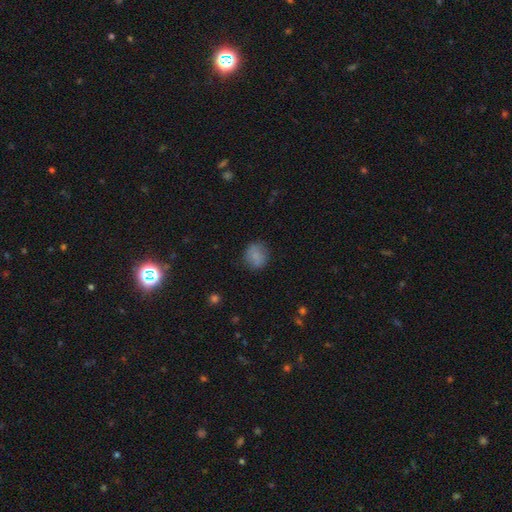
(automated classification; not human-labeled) smooth 82%, star or artifact 9%, featured or disk 9%. Down the decision tree: how rounded — round (78%); merging — none (80%).